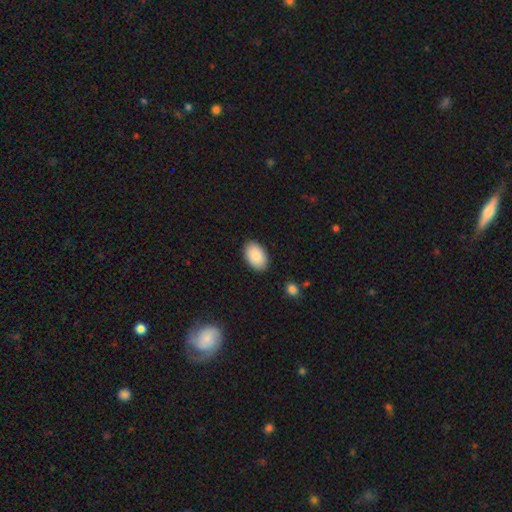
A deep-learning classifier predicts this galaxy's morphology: smooth_or_featured: smooth (p=0.89) [alt: star or artifact p=0.06]
how_rounded: in between (p=0.93) [alt: round p=0.06]
merging: none (p=0.88) [alt: minor disturbance p=0.08]